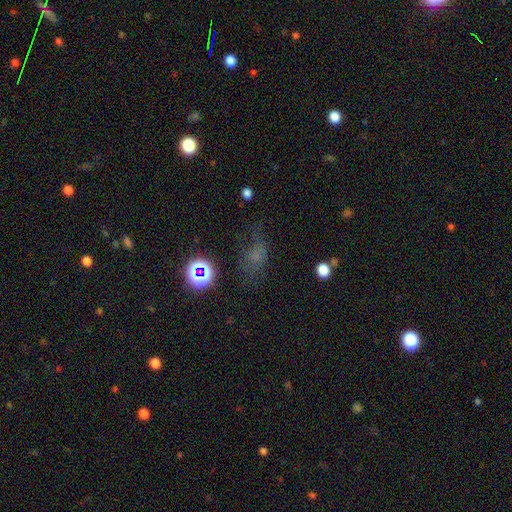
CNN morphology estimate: smooth-or-featured: smooth: 49% | star or artifact: 30% | featured or disk: 21%
  merging: none: 50% | minor disturbance: 25% | major disturbance: 22% | merger: 4%